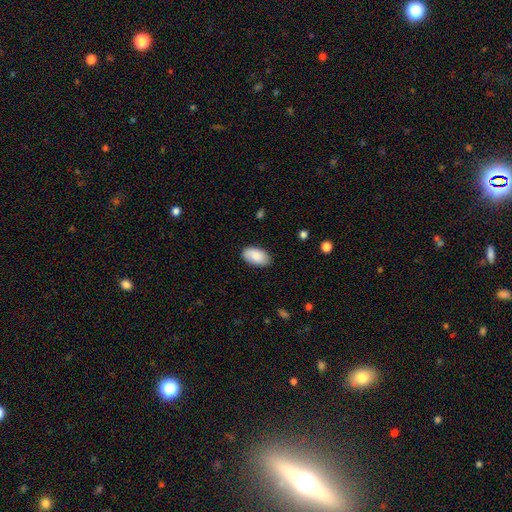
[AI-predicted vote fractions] Smooth or featured? smooth (87%)
How rounded? in between (95%)
Merging? none (84%)